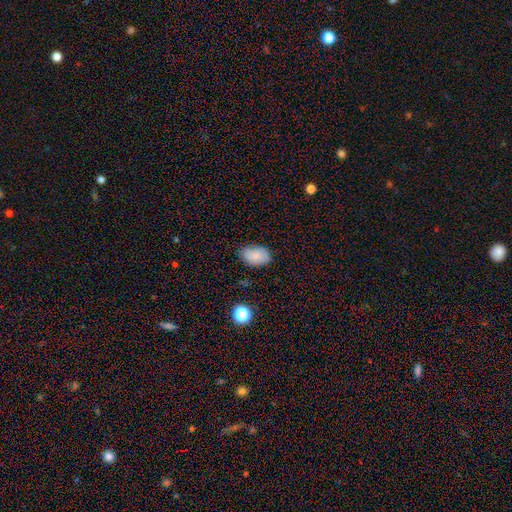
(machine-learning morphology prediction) A smooth galaxy with no disk features (85%) that is in between round and cigar-shaped (88%). Merging: none (77%).